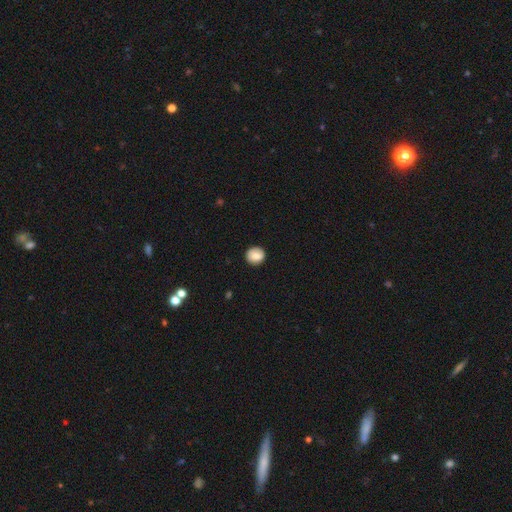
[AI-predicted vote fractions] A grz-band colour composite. It shows a smooth galaxy with no disk features (77%) that is round (87%). Merging: none (86%).